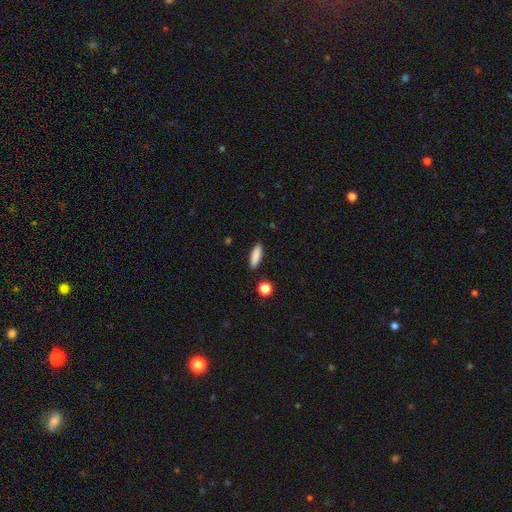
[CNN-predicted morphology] This appears to be a smooth galaxy with no disk features (87%) that is cigar-shaped (52%). Merging: none (89%).